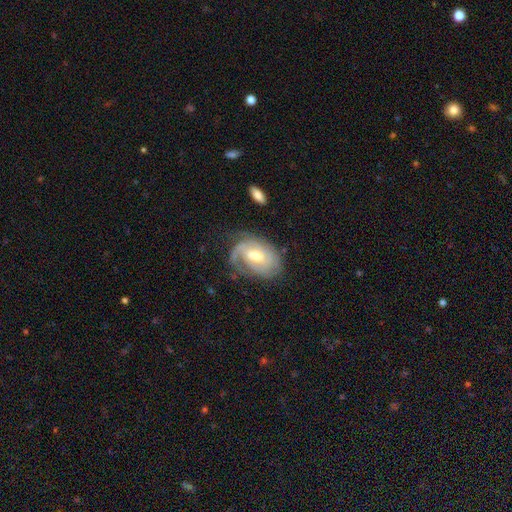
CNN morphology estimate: This is clearly a featured or disk galaxy (81%). It is clearly not viewed edge-on (96%). Bar: possibly weak (50%). Spiral arm pattern: clearly yes (92%). Spiral arm count: marginally 2 (32%). Spiral winding: possibly tight (56%). Central bulge: likely moderate (66%). Merging: possibly none (58%).